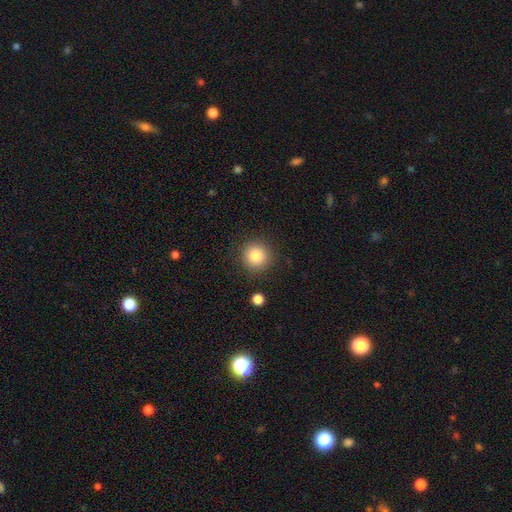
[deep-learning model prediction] This appears to be a smooth galaxy with no disk features (82%) that is round (94%). Merging: none (89%).